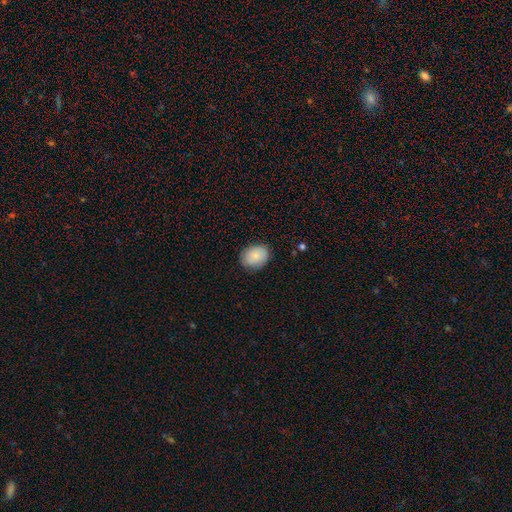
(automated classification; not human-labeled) Smooth or featured?
  - smooth: 86% *
  - featured or disk: 7%
  - star or artifact: 7%
How rounded?
  - in between: 60% *
  - round: 39%
  - cigar-shaped: 1%
Merging?
  - none: 82% *
  - minor disturbance: 14%
  - major disturbance: 3%
  - merger: 1%